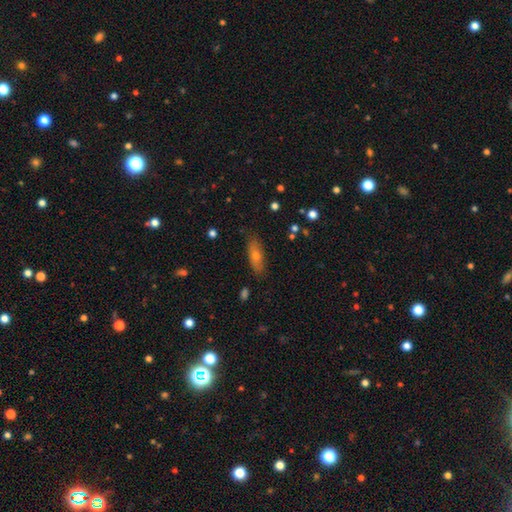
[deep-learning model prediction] A smooth galaxy with no disk features (55%) that is cigar-shaped (48%, tied with in between).

Vote fractions:
- Smooth or featured? smooth: 55% / featured or disk: 35% / star or artifact: 10%
- How rounded? cigar-shaped: 48% (tied) / in between: 48% (tied) / round: 4%
- Merging? none: 85% / minor disturbance: 12% / major disturbance: 2% / merger: 1%